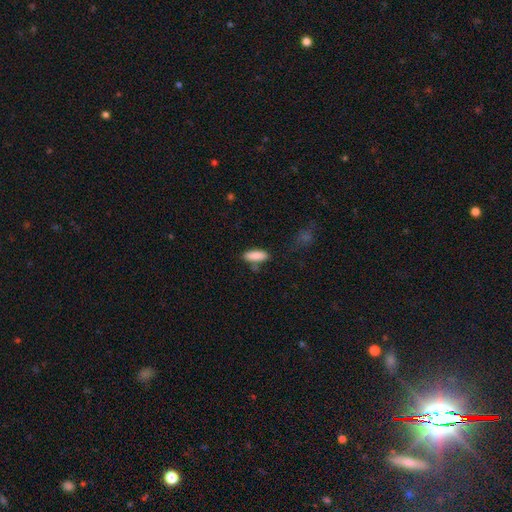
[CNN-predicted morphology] smooth_or_featured: smooth (p=0.88) [alt: star or artifact p=0.07]
how_rounded: in between (p=0.73) [alt: cigar-shaped p=0.26]
merging: none (p=0.74) [alt: minor disturbance p=0.15]